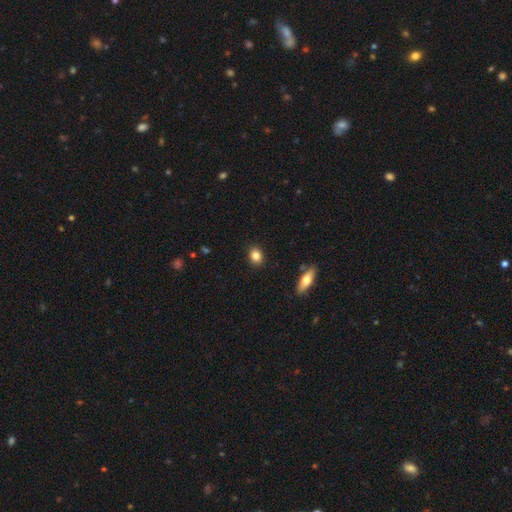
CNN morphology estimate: Smooth or featured? smooth (85%)
How rounded? round (52%)
Merging? none (89%)